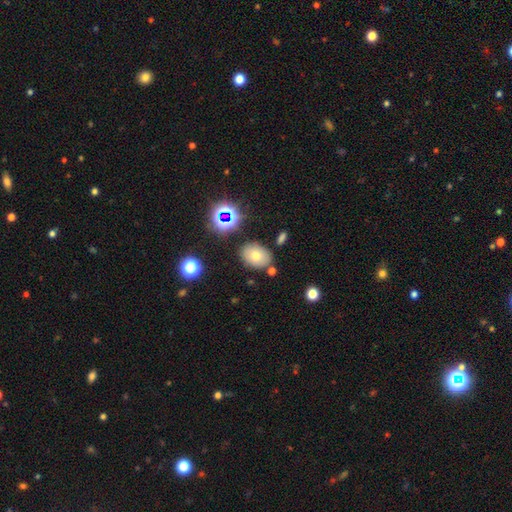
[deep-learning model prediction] Overall: smooth (66%). How rounded: in between (69%; round 30%). Merging: none (80%).